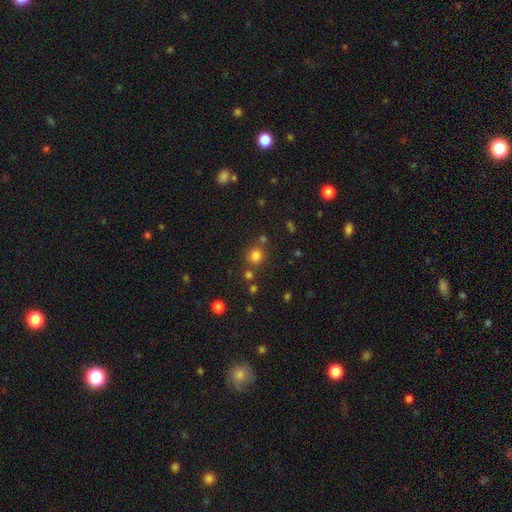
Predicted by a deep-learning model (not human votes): Smooth or featured? smooth (78%)
How rounded? round (89%)
Merging? none (76%)